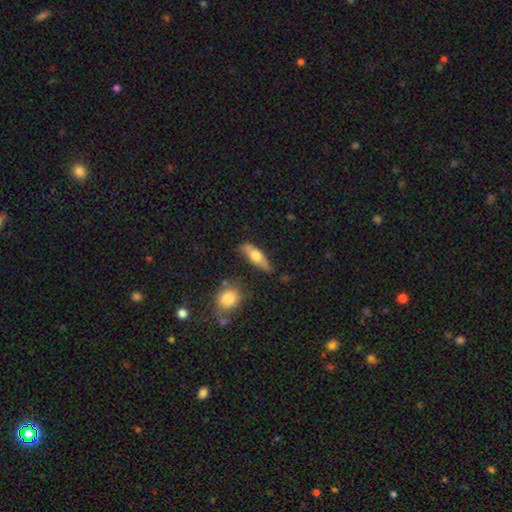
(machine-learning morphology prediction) This appears to be a smooth galaxy with no disk features (57%) that is in between round and cigar-shaped (50%). Merging: none (76%).